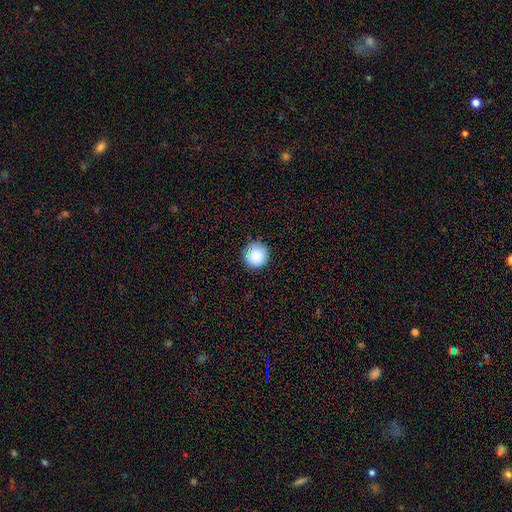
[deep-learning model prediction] This is clearly a smooth galaxy (86%). How rounded: clearly round (96%). Merging: clearly none (88%).